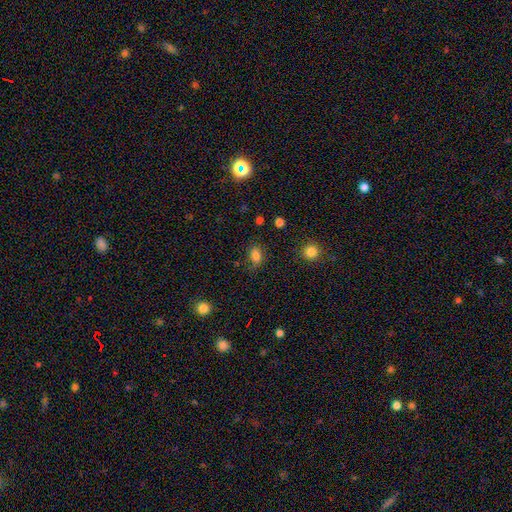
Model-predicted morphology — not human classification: Smooth or featured: smooth — 82% (star or artifact — 13%)
How rounded: in between — 76% (round — 22%)
Merging: none — 75% (minor disturbance — 18%)